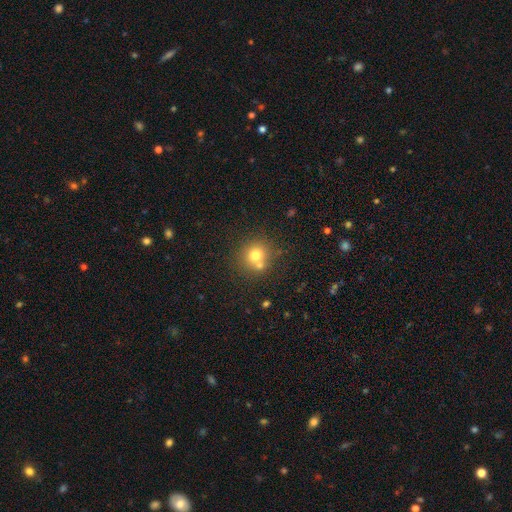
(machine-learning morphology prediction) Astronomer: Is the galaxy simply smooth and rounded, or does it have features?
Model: smooth — 72%.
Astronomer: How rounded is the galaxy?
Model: round — 87%.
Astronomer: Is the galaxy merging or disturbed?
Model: none — 61%.